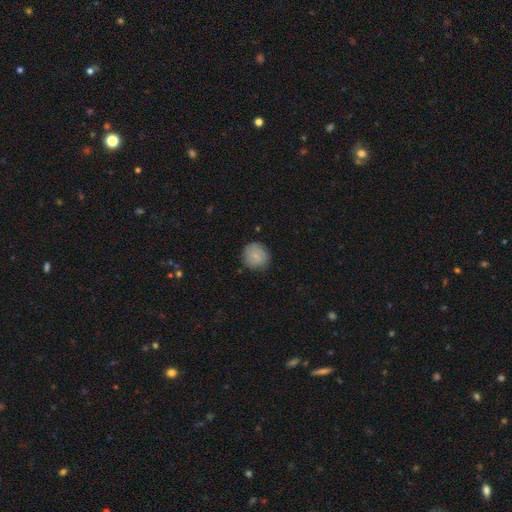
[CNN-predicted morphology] Smooth or featured? Predicted: smooth (p=0.77). How rounded? Predicted: round (p=0.89). Merging? Predicted: none (p=0.83).